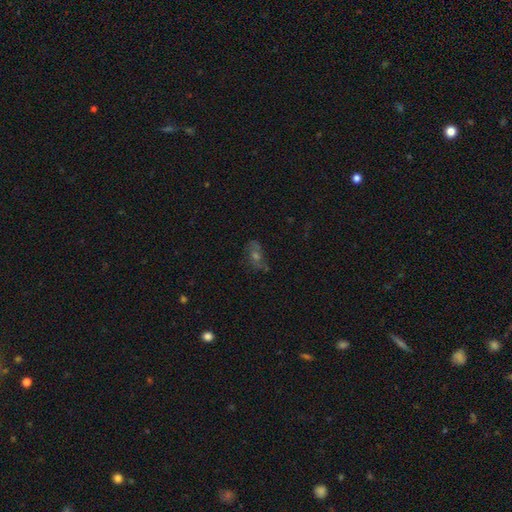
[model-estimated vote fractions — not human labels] smooth_or_featured: featured or disk (p=0.46) [alt: smooth p=0.27]
merging: none (p=0.68) [alt: minor disturbance p=0.18]